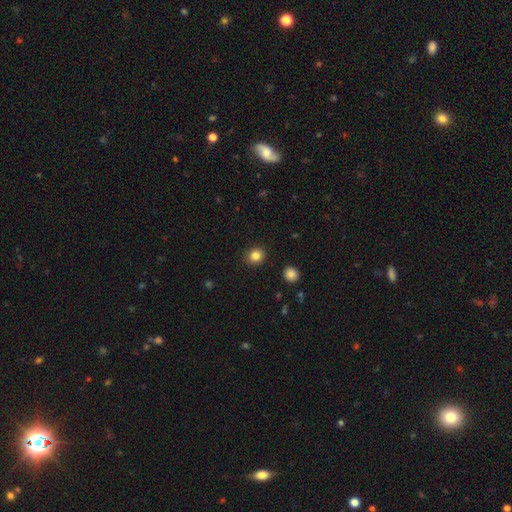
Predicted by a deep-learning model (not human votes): This is clearly a smooth galaxy (84%). How rounded: likely round (79%). Merging: clearly none (91%).